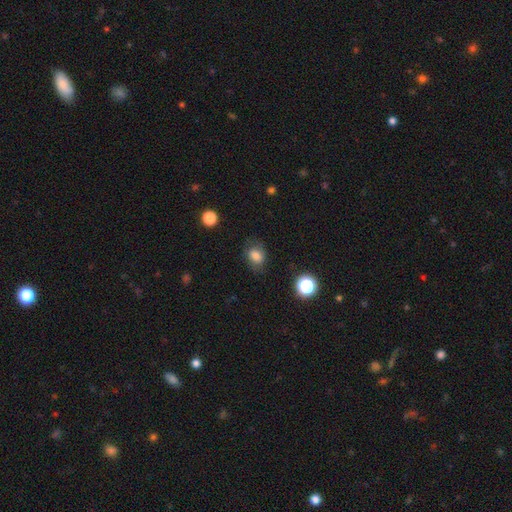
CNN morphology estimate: This appears to be a smooth galaxy with no disk features (76%) that is in between round and cigar-shaped (62%). Merging: none (71%).